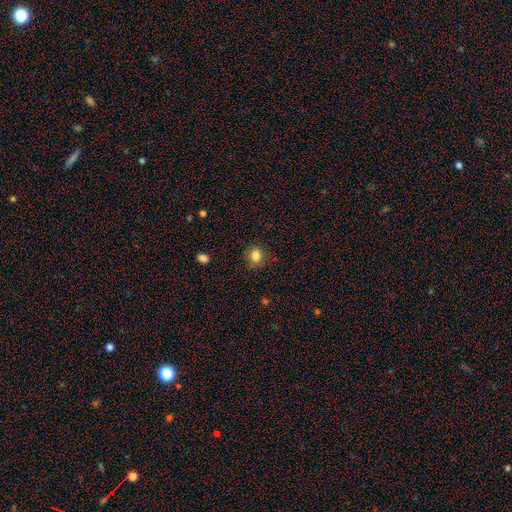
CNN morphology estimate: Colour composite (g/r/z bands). It shows a smooth galaxy with no disk features (84%) that is round (65%). Merging: none (83%).